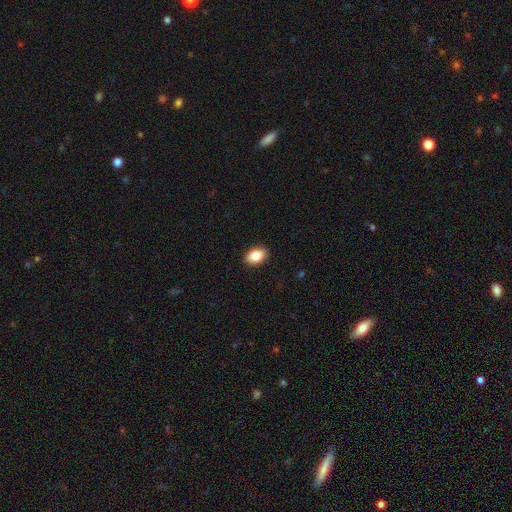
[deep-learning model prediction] Q: Smooth or featured?
A: smooth (85%); runner-up: star or artifact (8%)
Q: How rounded?
A: in between (85%); runner-up: round (13%)
Q: Merging?
A: none (90%); runner-up: minor disturbance (8%)